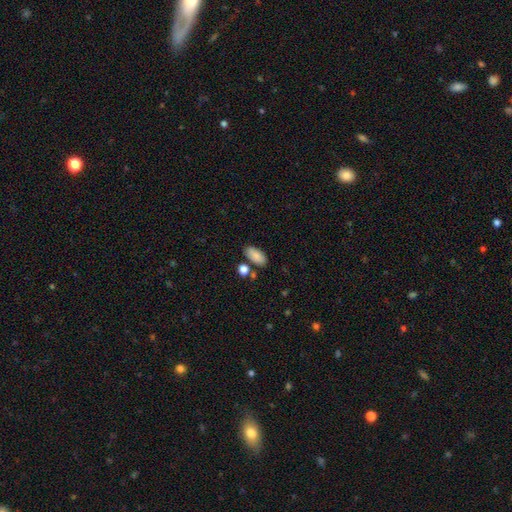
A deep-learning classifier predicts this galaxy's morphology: The model was most divided on "merging": none: 75%, minor disturbance: 12%, merger: 10%, major disturbance: 3%. More confident: how rounded — in between (91%); smooth or featured — smooth (87%).